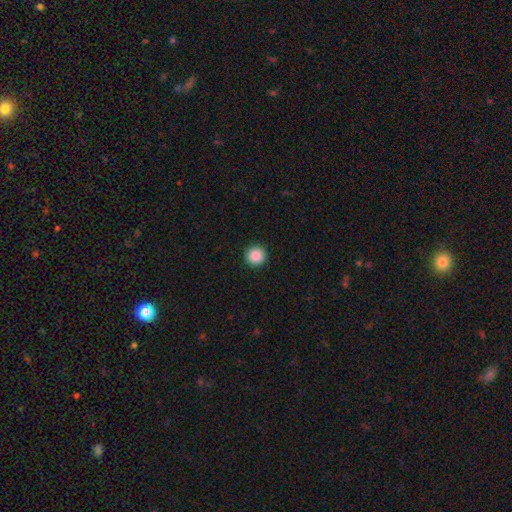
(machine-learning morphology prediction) Smooth or featured: smooth — 88% (star or artifact — 9%)
How rounded: round — 96% (in between — 3%)
Merging: none — 93% (minor disturbance — 4%)